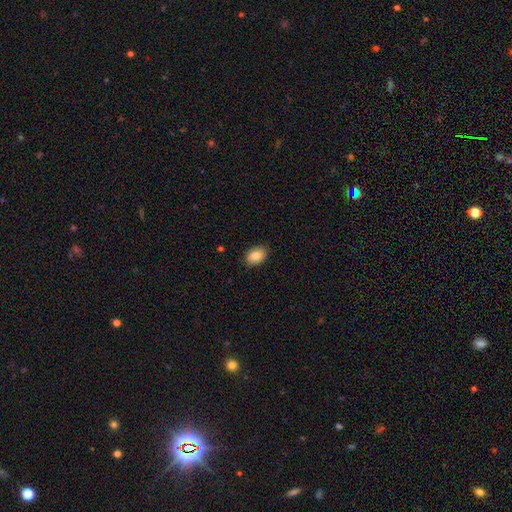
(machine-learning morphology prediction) Smooth or featured? smooth (85%)
How rounded? in between (84%)
Merging? none (88%)